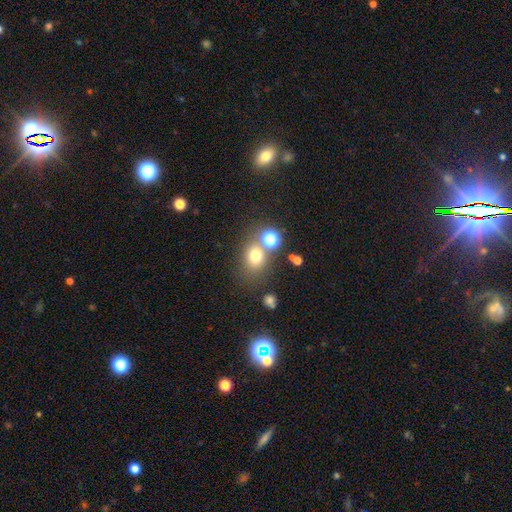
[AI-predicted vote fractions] A smooth galaxy with no disk features (71%) that is round (63%).

Vote fractions:
- Smooth or featured? smooth: 71% / star or artifact: 19% / featured or disk: 10%
- How rounded? round: 63% / in between: 36% / cigar-shaped: 1%
- Merging? none: 62% / merger: 20% / minor disturbance: 12% / major disturbance: 6%